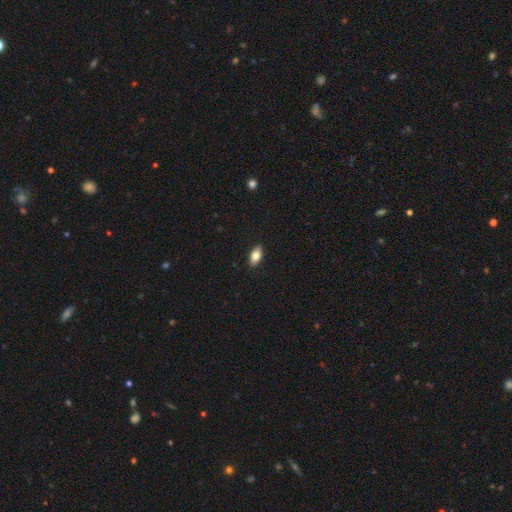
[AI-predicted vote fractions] The model was most divided on "smooth or featured": smooth: 79%, featured or disk: 13%, star or artifact: 7%. More confident: merging — none (90%); how rounded — in between (89%).